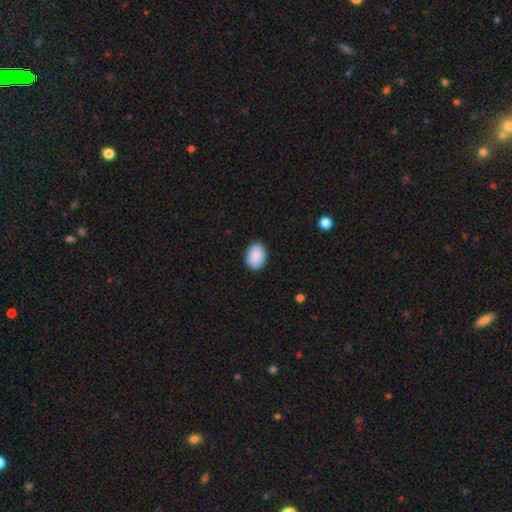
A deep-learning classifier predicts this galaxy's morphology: This is clearly a smooth galaxy (89%). How rounded: likely in between (78%). Merging: clearly none (88%).